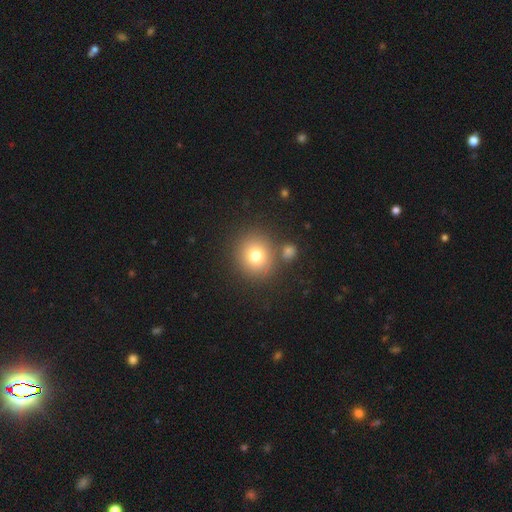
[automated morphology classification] A smooth galaxy with no disk features (76%) that is round (86%).

Vote fractions:
- Smooth or featured? smooth: 76% / star or artifact: 13% / featured or disk: 11%
- How rounded? round: 86% / in between: 13% / cigar-shaped: 1%
- Merging? none: 78% / merger: 10% / minor disturbance: 8% / major disturbance: 4%